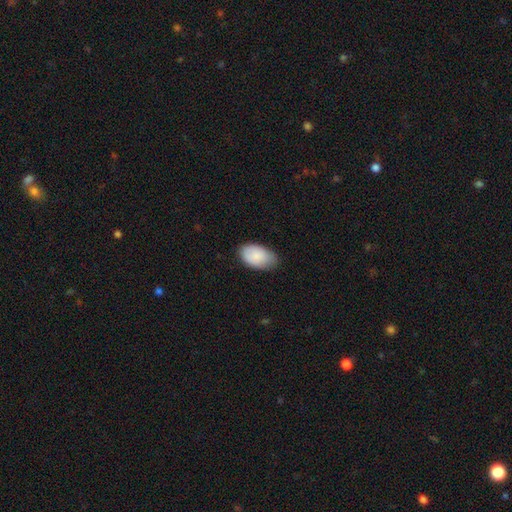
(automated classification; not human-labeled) smooth-or-featured: smooth: 87% | featured or disk: 7% | star or artifact: 6%
  how-rounded: in between: 94% | round: 5% | cigar-shaped: 1%
  merging: none: 71% | minor disturbance: 24% | major disturbance: 4% | merger: 1%